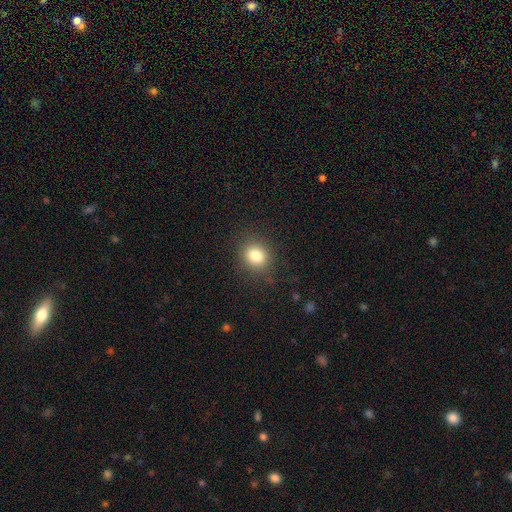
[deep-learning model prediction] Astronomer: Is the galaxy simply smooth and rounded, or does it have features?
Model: smooth — 82%.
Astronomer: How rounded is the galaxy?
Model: round — 67%.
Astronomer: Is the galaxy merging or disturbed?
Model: none — 85%.